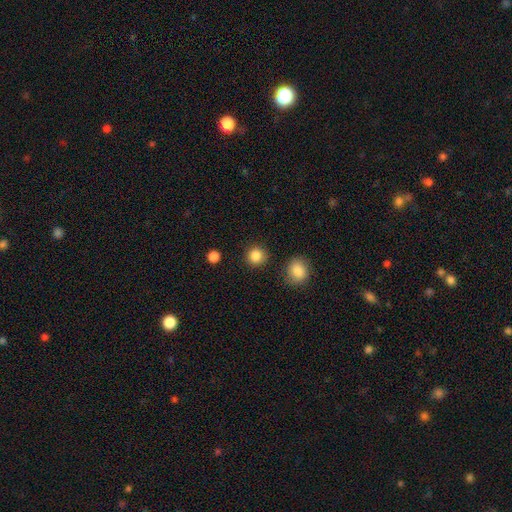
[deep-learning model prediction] Morphology: type=smooth (86%); roundness=round (93%); merging=none (89%).